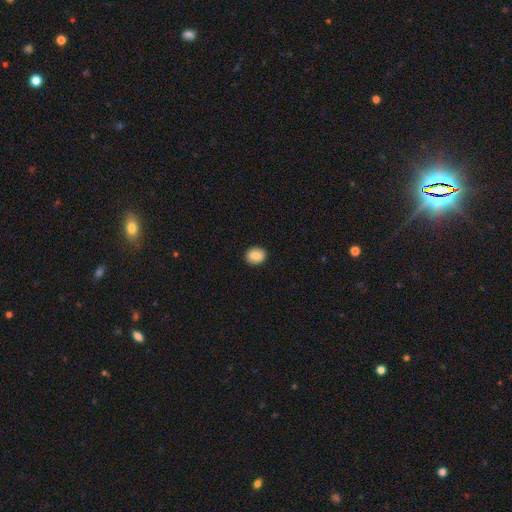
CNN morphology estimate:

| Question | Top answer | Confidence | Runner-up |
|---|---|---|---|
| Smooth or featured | smooth | 87% | star or artifact (8%) |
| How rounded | round | 61% | in between (38%) |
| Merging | none | 91% | minor disturbance (6%) |